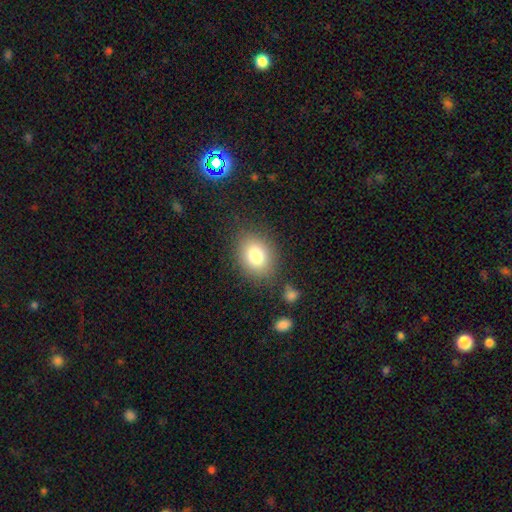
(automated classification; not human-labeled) Smooth or featured? Predicted: smooth (p=0.80). How rounded? Predicted: in between (p=0.61). Merging? Predicted: none (p=0.81).